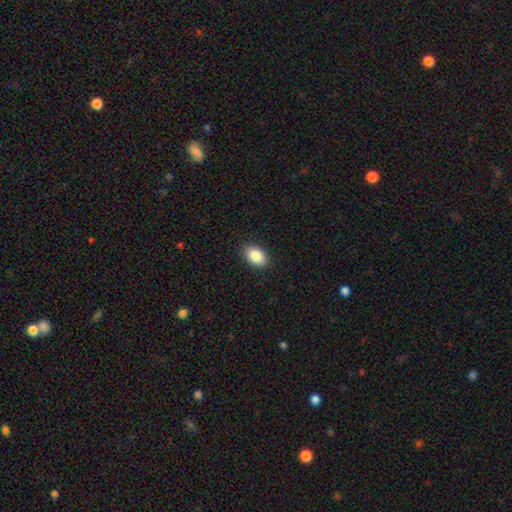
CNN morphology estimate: This is clearly a smooth galaxy (88%). How rounded: clearly in between (90%). Merging: clearly none (89%).